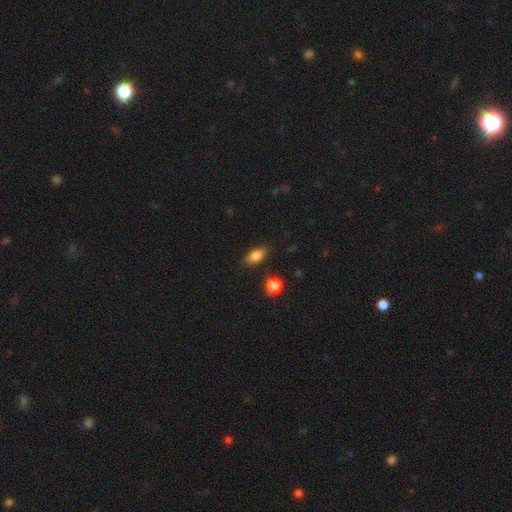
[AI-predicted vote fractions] Smooth or featured? smooth (82%)
How rounded? in between (85%)
Merging? none (84%)